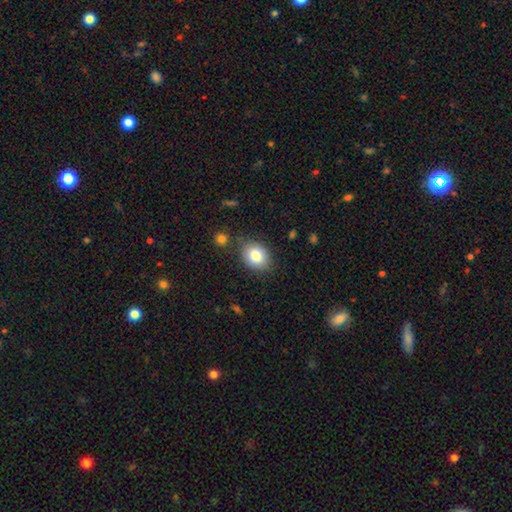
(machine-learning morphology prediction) smooth_or_featured: smooth (p=0.83) [alt: featured or disk p=0.09]
how_rounded: in between (p=0.55) [alt: round p=0.44]
merging: none (p=0.79) [alt: minor disturbance p=0.13]